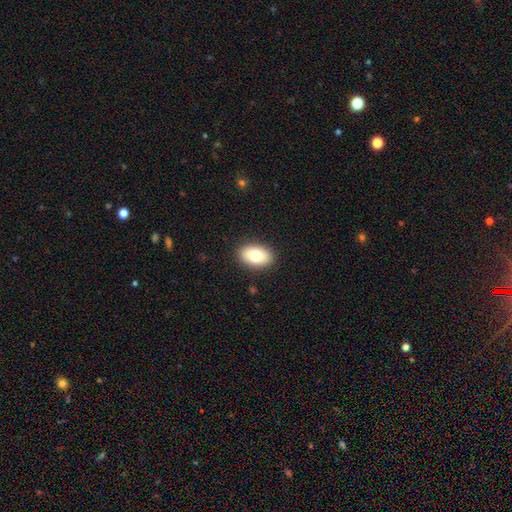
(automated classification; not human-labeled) smooth-or-featured: smooth: 76% | featured or disk: 16% | star or artifact: 8%
  how-rounded: in between: 89% | round: 9% | cigar-shaped: 1%
  merging: none: 89% | minor disturbance: 8% | major disturbance: 2% | merger: 1%